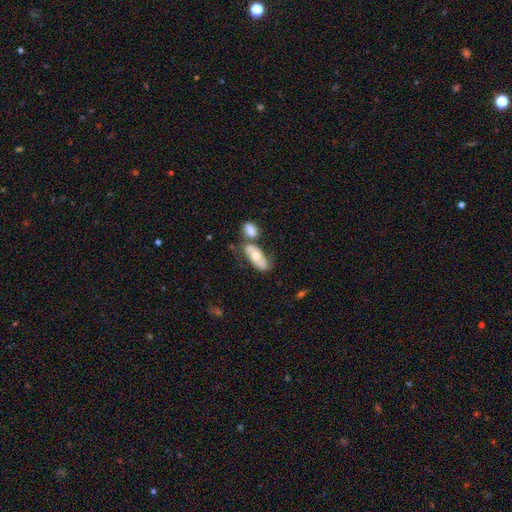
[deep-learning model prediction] smooth-or-featured: smooth: 54% | featured or disk: 40% | star or artifact: 6%
  how-rounded: in between: 82% | cigar-shaped: 13% | round: 4%
  merging: none: 47% | merger: 30% | minor disturbance: 16% | major disturbance: 7%